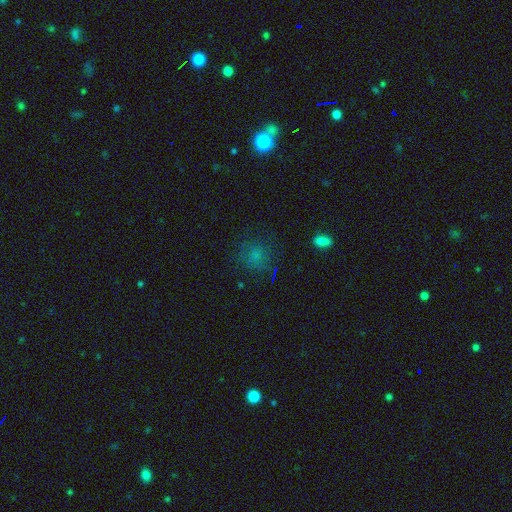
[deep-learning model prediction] Smooth or featured?
  - smooth: 70% *
  - star or artifact: 21%
  - featured or disk: 9%
How rounded?
  - round: 83% *
  - in between: 16%
  - cigar-shaped: 1%
Merging?
  - none: 75% *
  - minor disturbance: 16%
  - major disturbance: 7%
  - merger: 2%